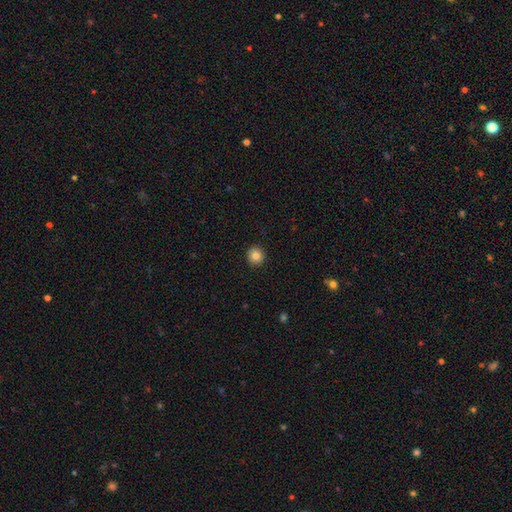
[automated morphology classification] smooth 84%, star or artifact 10%, featured or disk 6%. Down the decision tree: how rounded — round (93%); merging — none (93%).